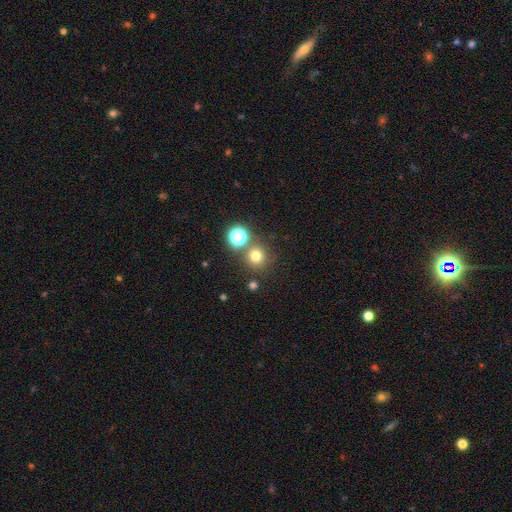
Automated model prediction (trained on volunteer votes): Smooth or featured: smooth — 72% (star or artifact — 21%)
How rounded: round — 92% (in between — 7%)
Merging: none — 75% (merger — 13%)